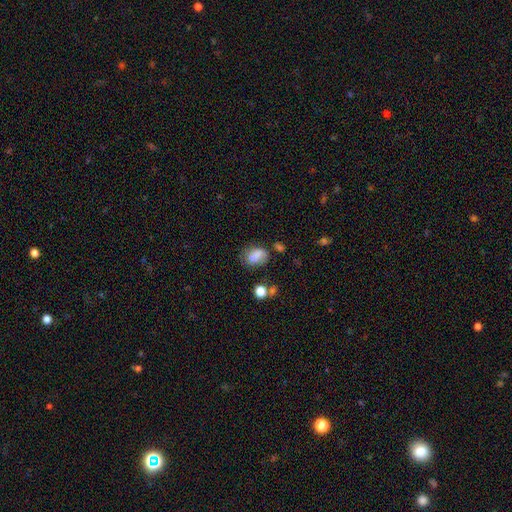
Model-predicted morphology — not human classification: A smooth galaxy with no disk features (75%) that is in between round and cigar-shaped (74%). Merging: none (53%).